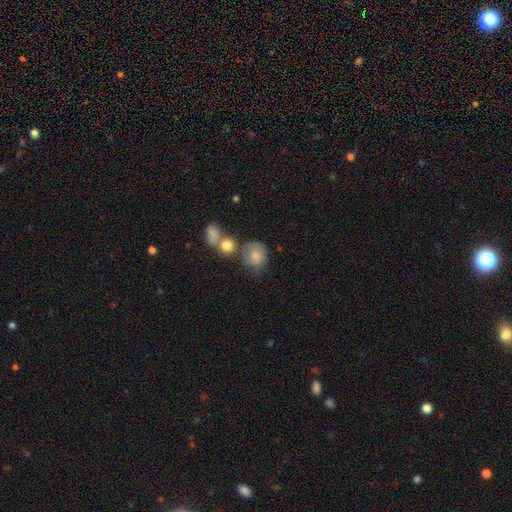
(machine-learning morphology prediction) Smooth or featured? Predicted: smooth (p=0.80). How rounded? Predicted: round (p=0.74). Merging? Predicted: none (p=0.48).